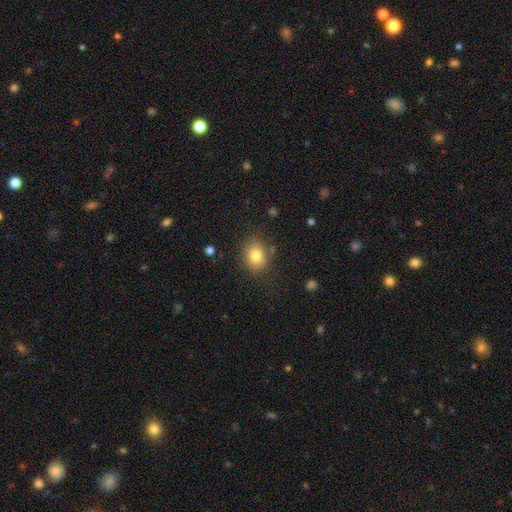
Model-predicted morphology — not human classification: This appears to be a smooth galaxy with no disk features (81%) that is round (56%). Merging: none (78%).